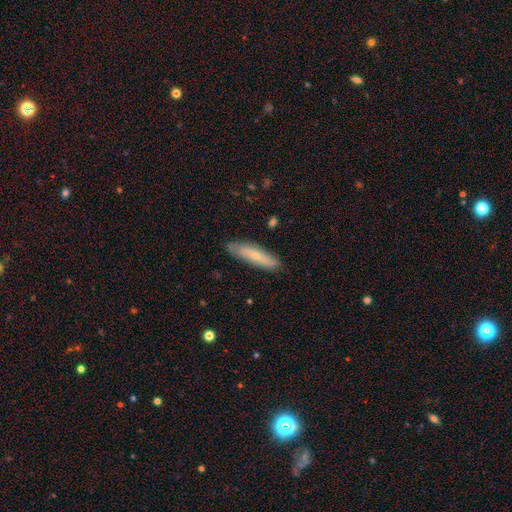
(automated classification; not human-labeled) smooth-or-featured: smooth: 57% | featured or disk: 37% | star or artifact: 6%
  how-rounded: cigar-shaped: 69% | in between: 29% | round: 2%
  merging: none: 83% | minor disturbance: 13% | major disturbance: 3% | merger: 1%